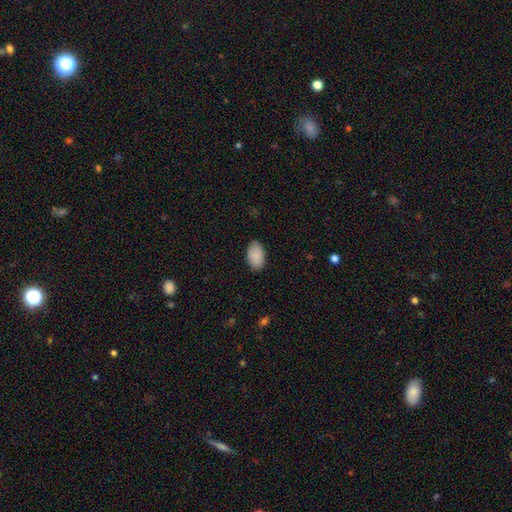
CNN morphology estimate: Smooth or featured? Predicted: smooth (p=0.88). How rounded? Predicted: in between (p=0.94). Merging? Predicted: none (p=0.85).